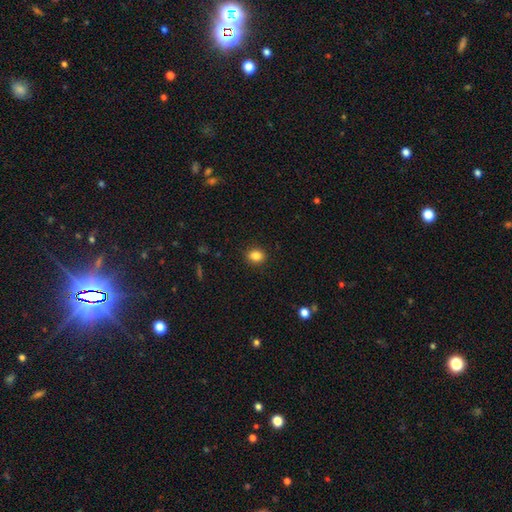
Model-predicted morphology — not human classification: Q: Smooth or featured?
A: smooth (85%); runner-up: star or artifact (10%)
Q: How rounded?
A: round (57%); runner-up: in between (42%)
Q: Merging?
A: none (90%); runner-up: minor disturbance (7%)